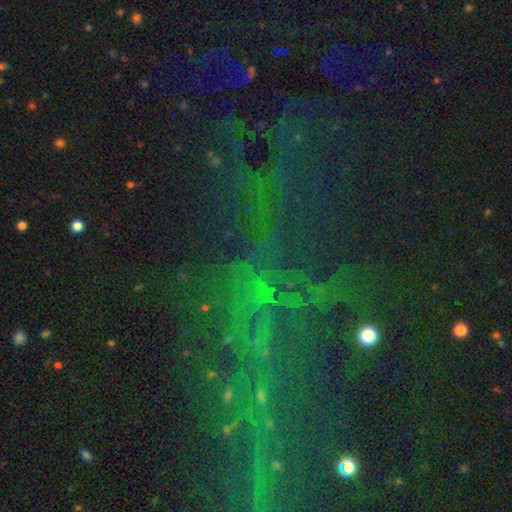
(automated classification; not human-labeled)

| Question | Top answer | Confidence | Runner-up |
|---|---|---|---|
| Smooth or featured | star or artifact | 67% | smooth (17%) |